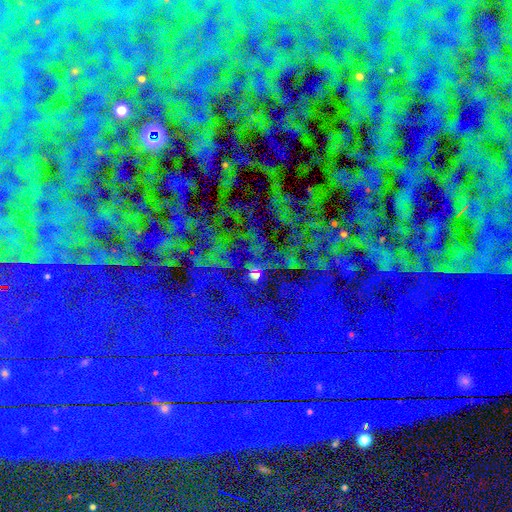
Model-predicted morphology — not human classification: A star or artifact, not a galaxy (83%).